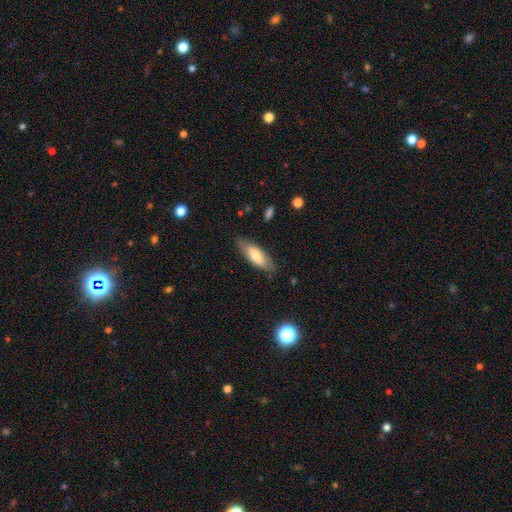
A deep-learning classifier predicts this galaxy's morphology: Q: Smooth or featured?
A: smooth (65%); runner-up: featured or disk (29%)
Q: How rounded?
A: in between (68%); runner-up: cigar-shaped (30%)
Q: Merging?
A: none (81%); runner-up: minor disturbance (15%)